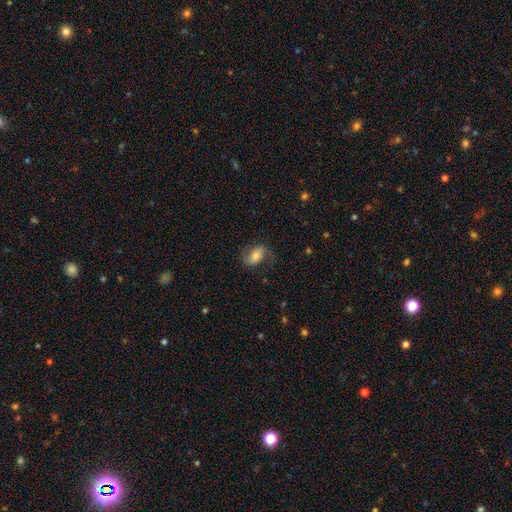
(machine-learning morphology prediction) A smooth galaxy with no disk features (56%) that is in between round and cigar-shaped (89%). Merging: none (65%).